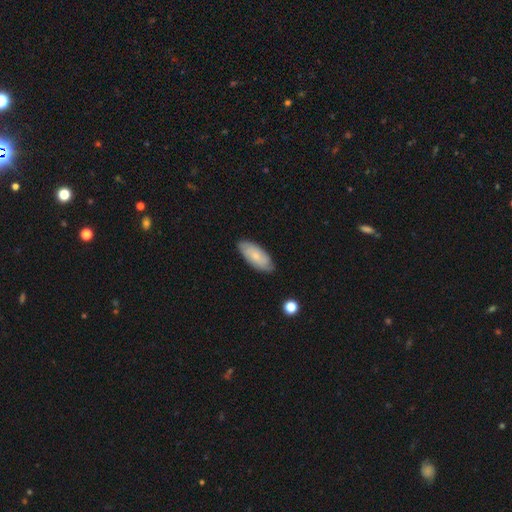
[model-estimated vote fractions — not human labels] Smooth or featured?
  - smooth: 57% *
  - featured or disk: 37%
  - star or artifact: 6%
How rounded?
  - in between: 85% *
  - cigar-shaped: 13%
  - round: 2%
Merging?
  - none: 82% *
  - minor disturbance: 15%
  - major disturbance: 2%
  - merger: 1%